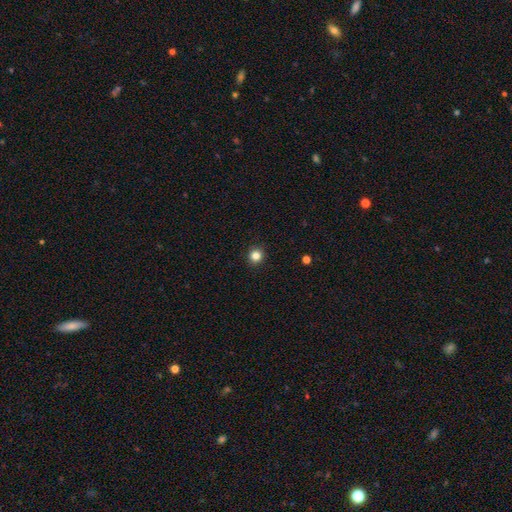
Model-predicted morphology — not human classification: smooth_or_featured: smooth (p=0.83) [alt: star or artifact p=0.12]
how_rounded: round (p=0.92) [alt: in between p=0.07]
merging: none (p=0.93) [alt: minor disturbance p=0.05]